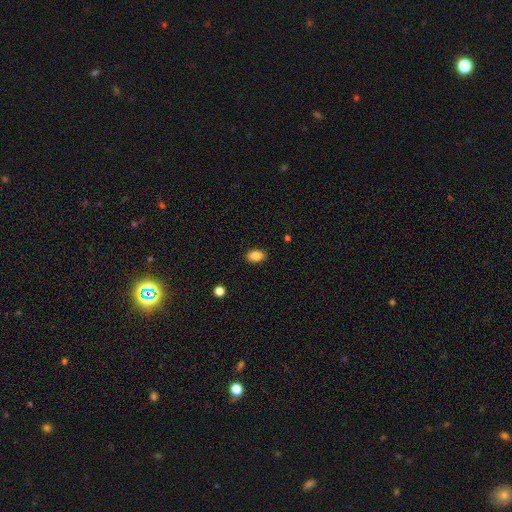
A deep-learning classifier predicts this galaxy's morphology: This is clearly a smooth galaxy (87%). How rounded: clearly in between (87%). Merging: clearly none (88%).